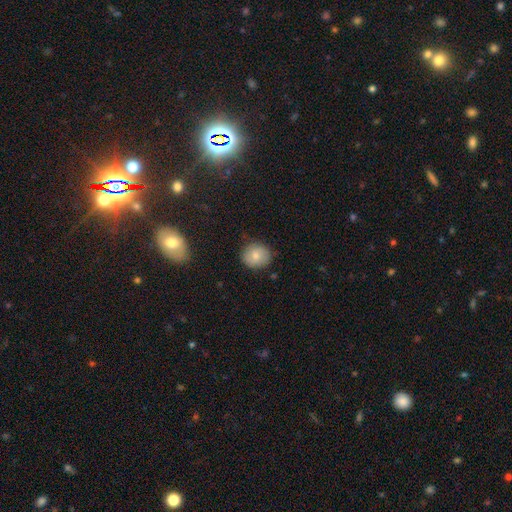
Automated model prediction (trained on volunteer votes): Smooth or featured? Predicted: smooth (p=0.79). How rounded? Predicted: round (p=0.76). Merging? Predicted: none (p=0.82).